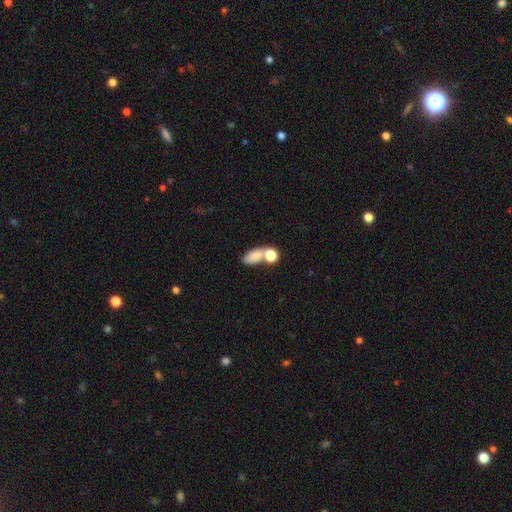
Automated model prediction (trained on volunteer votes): smooth 79%, featured or disk 11%, star or artifact 10%. Down the decision tree: how rounded — in between (76%); merging — merger (41%).